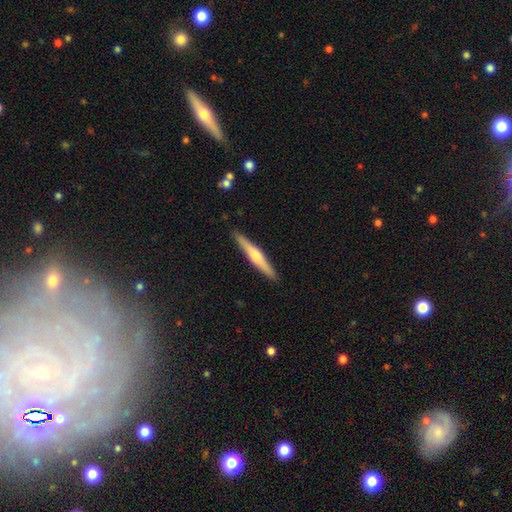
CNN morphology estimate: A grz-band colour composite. It shows a featured or disk galaxy (52%) viewed edge-on (97%) with a rounded central bulge (72%). Merging: none (91%).